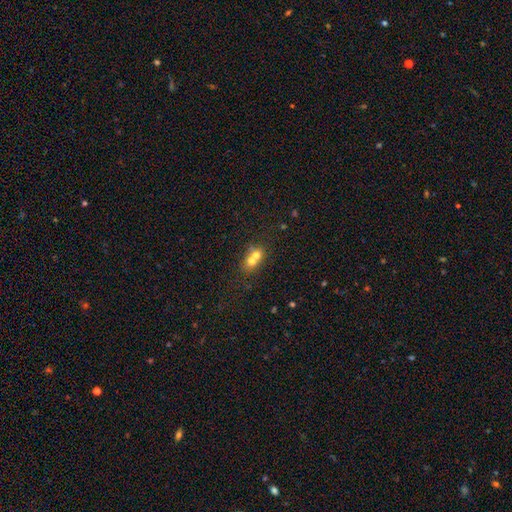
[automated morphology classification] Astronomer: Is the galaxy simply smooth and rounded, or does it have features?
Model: smooth — 65%.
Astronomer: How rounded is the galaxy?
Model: round — 59% (runner-up: in between, 40%).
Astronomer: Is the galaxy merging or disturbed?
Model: merger — 69%.